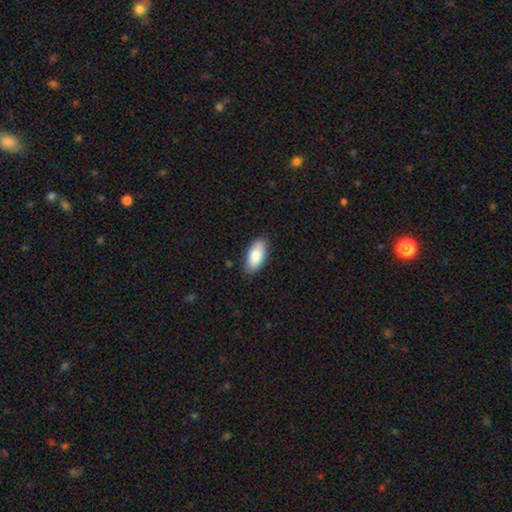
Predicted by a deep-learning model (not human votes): Overall: smooth (86%). How rounded: in between (92%). Merging: none (86%).